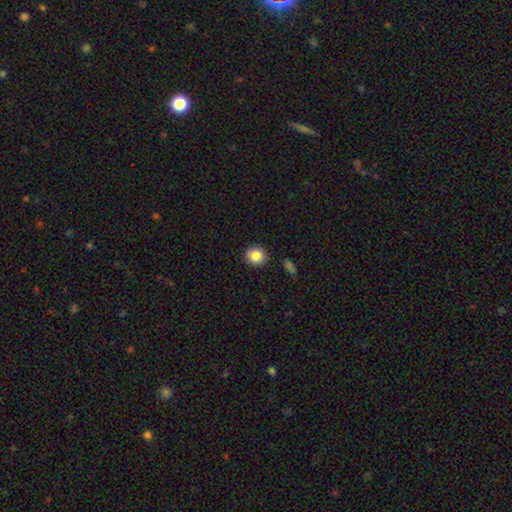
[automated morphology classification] Q: Smooth or featured?
A: smooth (85%); runner-up: star or artifact (9%)
Q: How rounded?
A: round (87%); runner-up: in between (12%)
Q: Merging?
A: none (91%); runner-up: minor disturbance (6%)